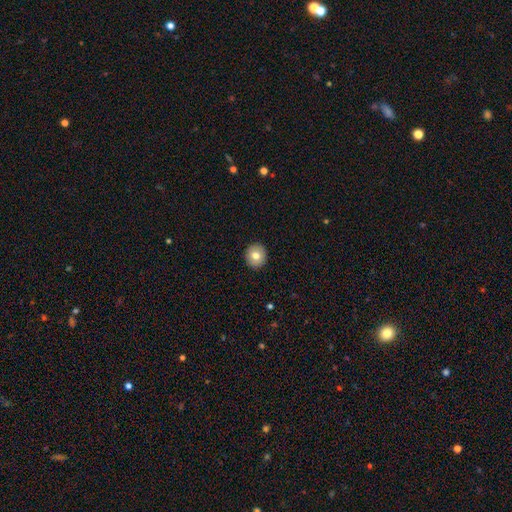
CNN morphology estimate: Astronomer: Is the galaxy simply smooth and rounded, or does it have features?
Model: smooth — 77%.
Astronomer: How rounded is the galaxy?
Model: round — 88%.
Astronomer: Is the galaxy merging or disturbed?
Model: none — 92%.